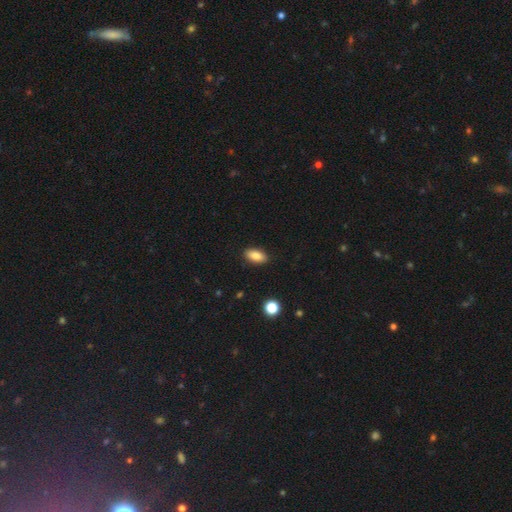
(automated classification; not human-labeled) Q: Smooth or featured?
A: smooth (85%); runner-up: star or artifact (8%)
Q: How rounded?
A: in between (89%); runner-up: cigar-shaped (7%)
Q: Merging?
A: none (89%); runner-up: minor disturbance (8%)